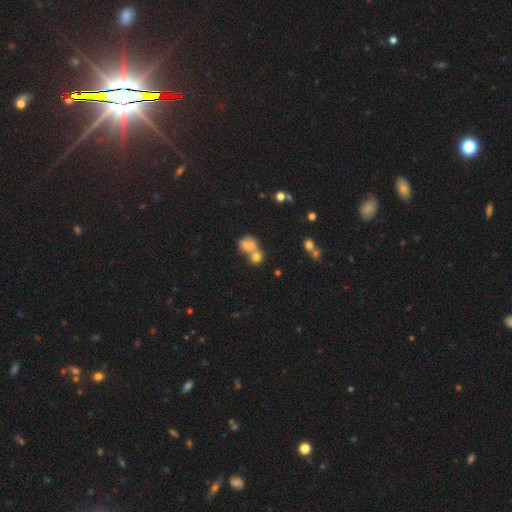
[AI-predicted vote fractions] Smooth or featured: smooth — 68% (star or artifact — 17%)
How rounded: round — 63% (in between — 35%)
Merging: merger — 54% (none — 32%)